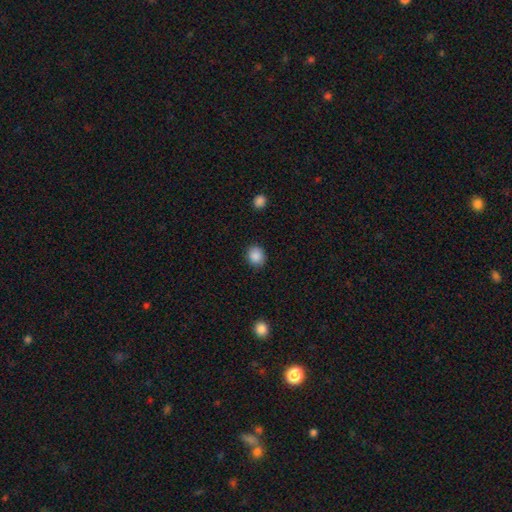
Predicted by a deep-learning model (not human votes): This appears to be a smooth galaxy with no disk features (88%) that is round (72%). Merging: none (87%).